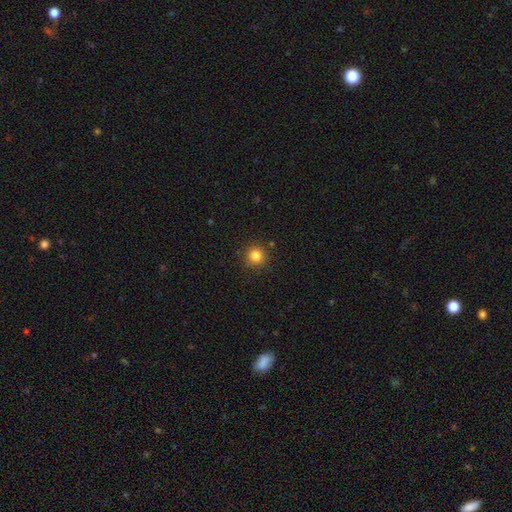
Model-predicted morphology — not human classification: Smooth or featured: smooth — 82% (star or artifact — 13%)
How rounded: round — 94% (in between — 5%)
Merging: none — 90% (minor disturbance — 7%)